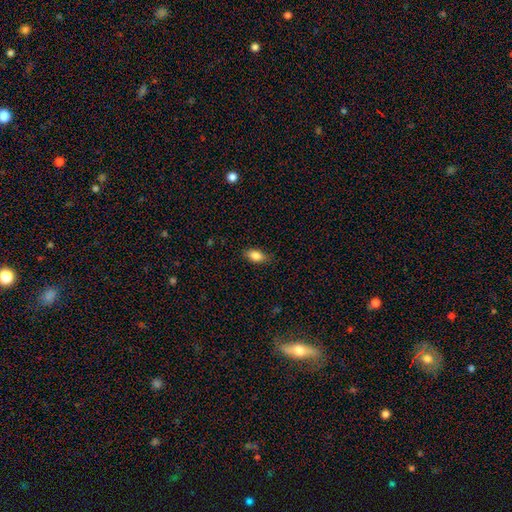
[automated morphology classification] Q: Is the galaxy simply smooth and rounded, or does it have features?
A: smooth — 85%.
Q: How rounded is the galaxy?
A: in between — 88%.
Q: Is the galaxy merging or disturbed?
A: none — 85%.